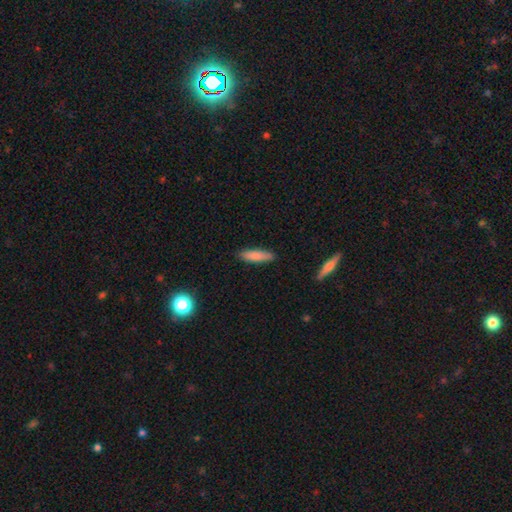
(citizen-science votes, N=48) Smooth or featured? 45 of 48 (94%) said smooth. How rounded? 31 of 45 (69%) said in between. Merging? 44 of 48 (92%) said none.